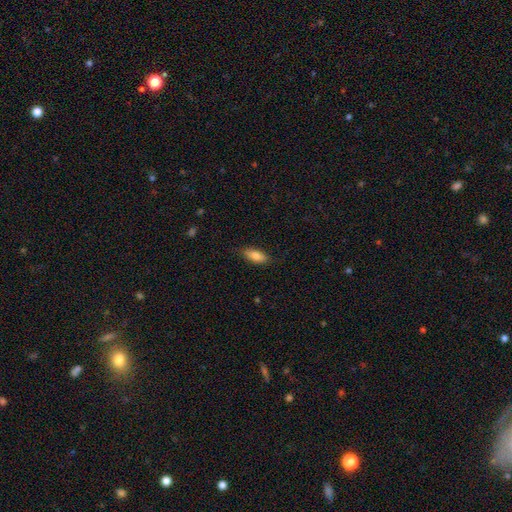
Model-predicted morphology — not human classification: A smooth galaxy with no disk features (80%) that is in between round and cigar-shaped (74%). Merging: none (82%).